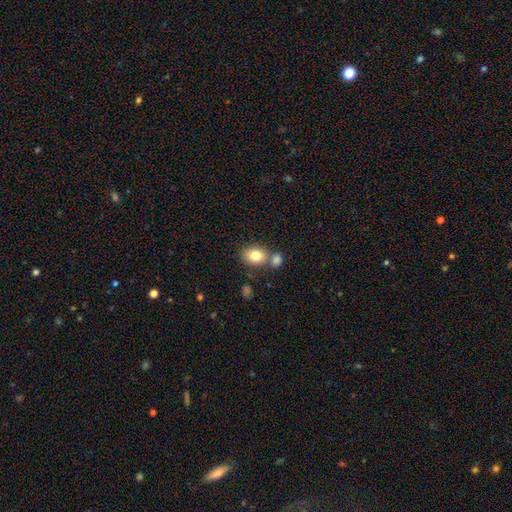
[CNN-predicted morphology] Smooth or featured?
  - smooth: 81% *
  - featured or disk: 10%
  - star or artifact: 9%
How rounded?
  - in between: 66% *
  - round: 33%
  - cigar-shaped: 1%
Merging?
  - none: 57% *
  - merger: 29%
  - minor disturbance: 11%
  - major disturbance: 4%